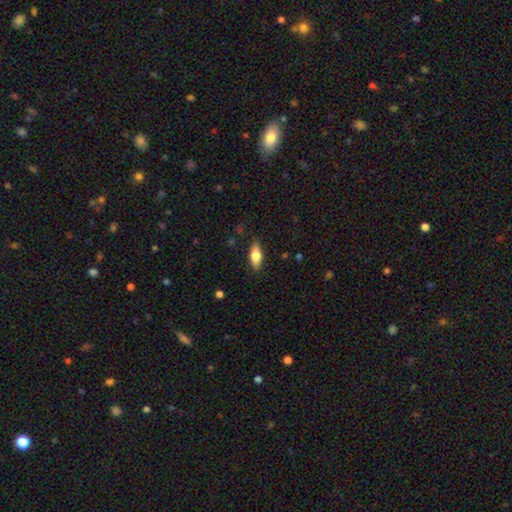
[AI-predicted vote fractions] smooth 68%, featured or disk 26%, star or artifact 7%. Down the decision tree: how rounded — in between (76%); merging — none (86%).